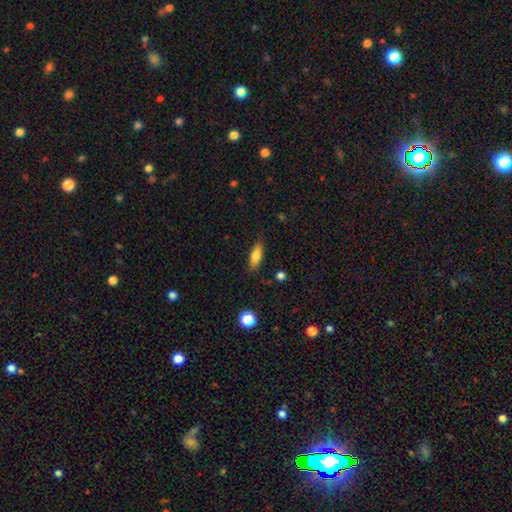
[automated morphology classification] Smooth or featured?
  - smooth: 78% *
  - featured or disk: 14%
  - star or artifact: 7%
How rounded?
  - in between: 60% *
  - cigar-shaped: 37%
  - round: 3%
Merging?
  - none: 80% *
  - minor disturbance: 15%
  - major disturbance: 3%
  - merger: 2%